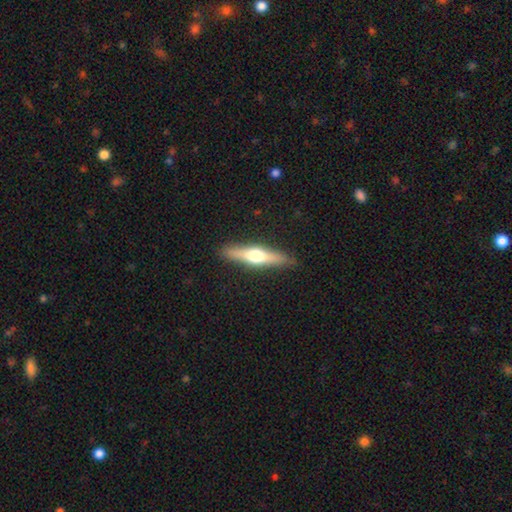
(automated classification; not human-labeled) The model was most divided on "smooth or featured": featured or disk: 55%, smooth: 39%, star or artifact: 6%. More confident: edge-on disk — yes (94%); edge-on bulge — rounded (92%); merging — none (89%).